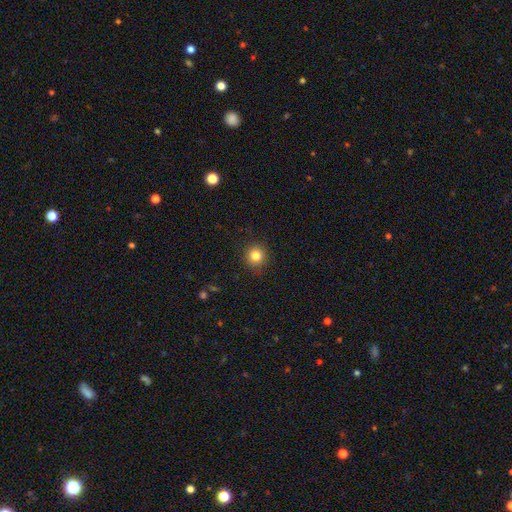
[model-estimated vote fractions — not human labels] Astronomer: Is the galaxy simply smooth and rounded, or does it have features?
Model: smooth — 83%.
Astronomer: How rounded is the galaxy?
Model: round — 91%.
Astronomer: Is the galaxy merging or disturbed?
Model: none — 90%.